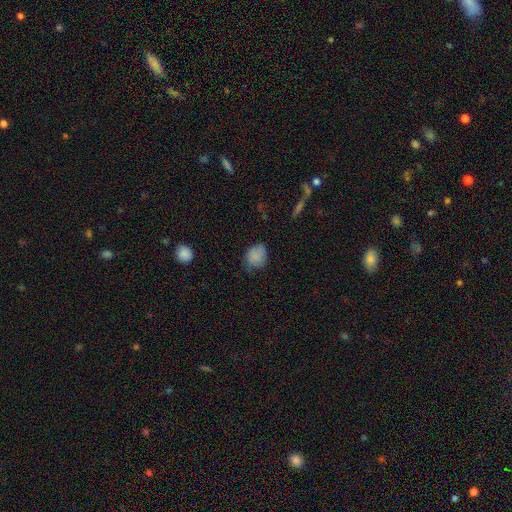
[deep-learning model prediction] smooth-or-featured: smooth: 83% | star or artifact: 9% | featured or disk: 8%
  how-rounded: round: 53% | in between: 46% | cigar-shaped: 1%
  merging: none: 59% | minor disturbance: 33% | major disturbance: 7% | merger: 1%